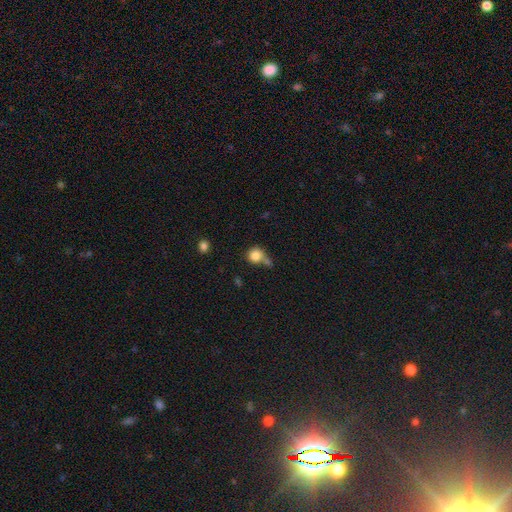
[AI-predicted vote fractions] smooth 83%, star or artifact 9%, featured or disk 7%. Down the decision tree: how rounded — round (87%); merging — none (44%).